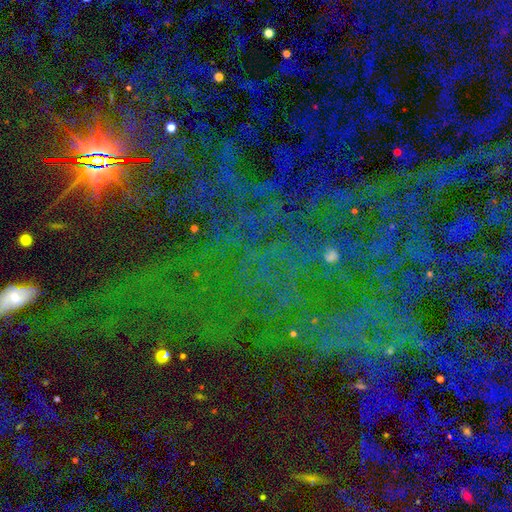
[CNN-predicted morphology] Q: Smooth or featured?
A: star or artifact (81%); runner-up: smooth (9%)